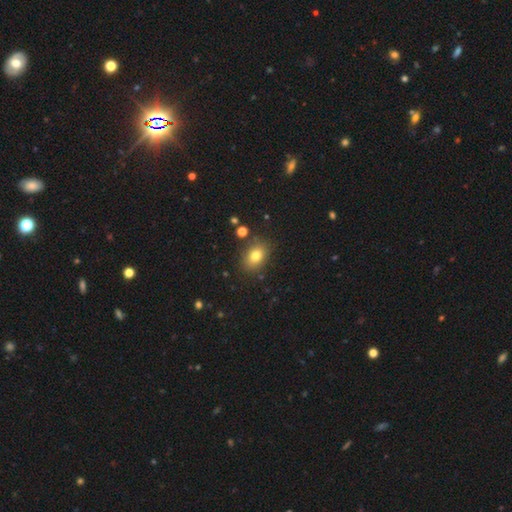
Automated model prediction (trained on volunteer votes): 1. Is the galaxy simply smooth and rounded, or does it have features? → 78% smooth, 12% star or artifact, 10% featured or disk.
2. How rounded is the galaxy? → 69% in between, 30% round, 1% cigar-shaped.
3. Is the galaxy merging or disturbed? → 82% none, 11% minor disturbance, 3% merger, 3% major disturbance.